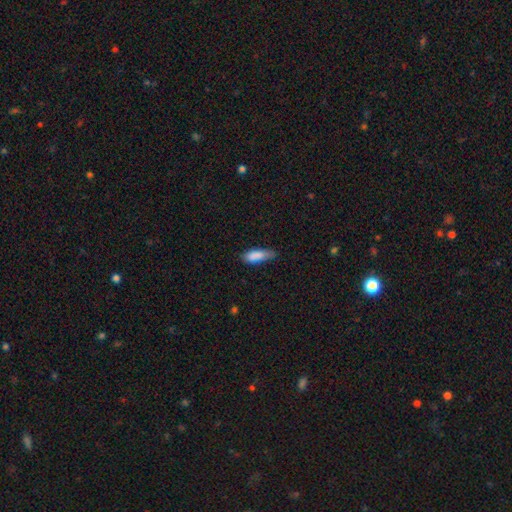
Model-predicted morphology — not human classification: smooth 84%, featured or disk 9%, star or artifact 7%. Down the decision tree: how rounded — in between (54%); merging — none (57%).